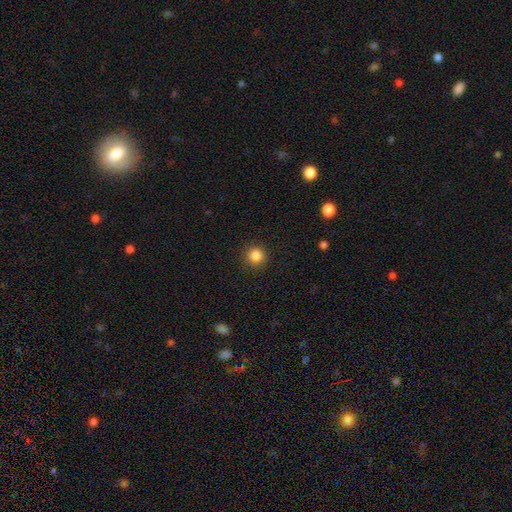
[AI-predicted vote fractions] Smooth or featured?
  - smooth: 85% *
  - star or artifact: 11%
  - featured or disk: 4%
How rounded?
  - round: 95% *
  - in between: 4%
  - cigar-shaped: 1%
Merging?
  - none: 92% *
  - minor disturbance: 5%
  - major disturbance: 2%
  - merger: 1%